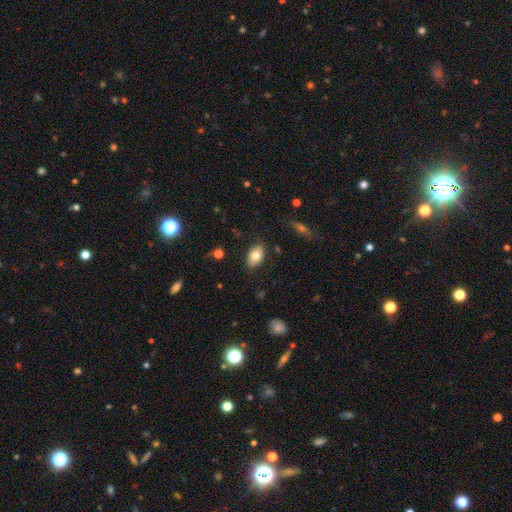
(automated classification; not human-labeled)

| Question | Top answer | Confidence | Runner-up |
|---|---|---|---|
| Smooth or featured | smooth | 77% | featured or disk (16%) |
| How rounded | in between | 91% | round (7%) |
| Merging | none | 85% | minor disturbance (11%) |